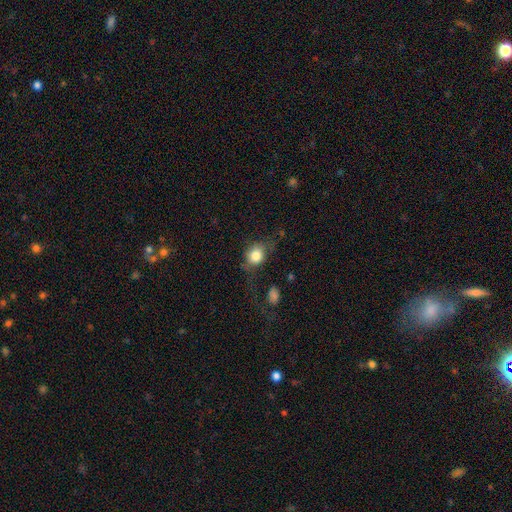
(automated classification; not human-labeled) smooth 77%, featured or disk 14%, star or artifact 9%. Down the decision tree: how rounded — round (58%); merging — none (48%).